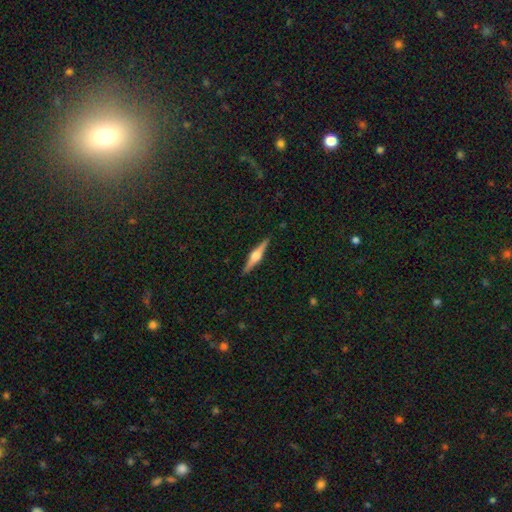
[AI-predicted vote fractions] Smooth or featured? Predicted: featured or disk (p=0.77). Edge-on disk? Predicted: yes (p=0.98). Edge-on bulge? Predicted: rounded (p=0.92). Merging? Predicted: none (p=0.92).